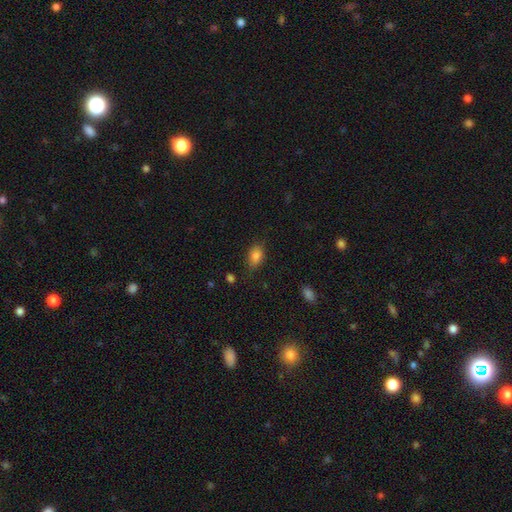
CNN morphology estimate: A smooth galaxy with no disk features (84%) that is in between round and cigar-shaped (83%). Merging: none (74%).